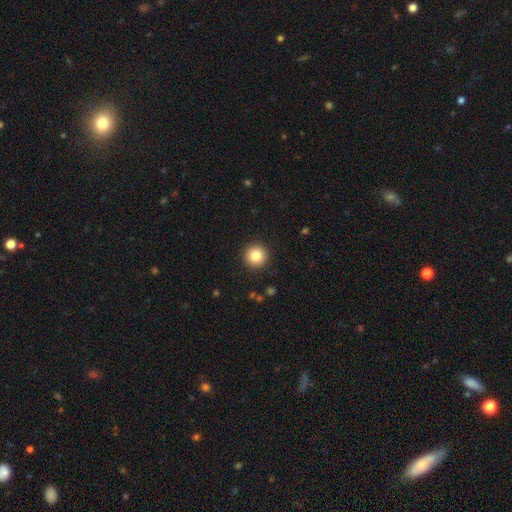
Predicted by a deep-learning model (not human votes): This is clearly a smooth galaxy (83%). How rounded: clearly round (96%). Merging: clearly none (93%).